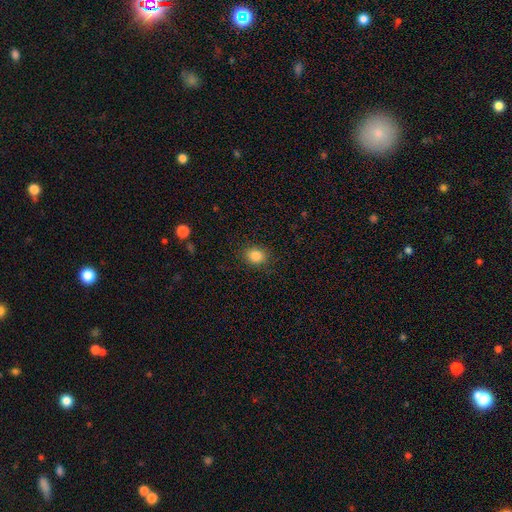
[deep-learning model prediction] Smooth or featured?
  - smooth: 86% *
  - star or artifact: 10%
  - featured or disk: 4%
How rounded?
  - round: 58% *
  - in between: 41%
  - cigar-shaped: 1%
Merging?
  - none: 86% *
  - minor disturbance: 10%
  - major disturbance: 3%
  - merger: 1%